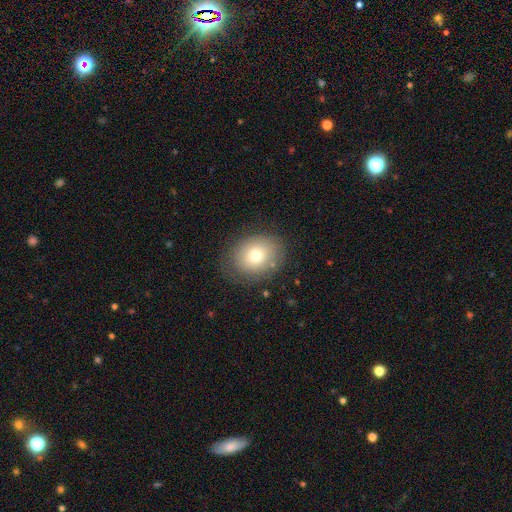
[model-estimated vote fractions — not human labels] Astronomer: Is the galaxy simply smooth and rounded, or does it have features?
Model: smooth — 74%.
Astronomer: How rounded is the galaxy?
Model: round — 51% (runner-up: in between, 48%).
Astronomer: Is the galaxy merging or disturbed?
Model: none — 78%.